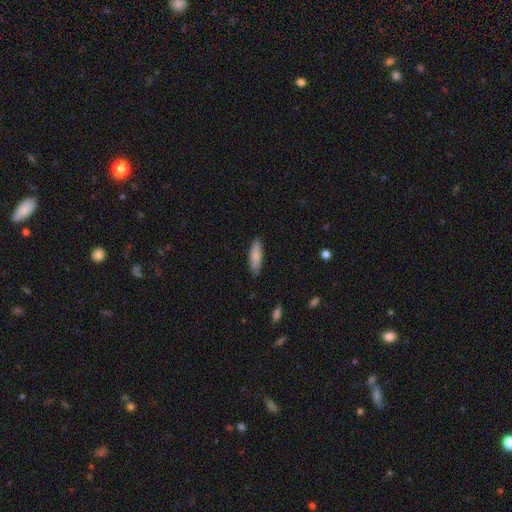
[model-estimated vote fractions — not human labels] Smooth or featured? smooth (84%)
How rounded? in between (50%)
Merging? none (86%)